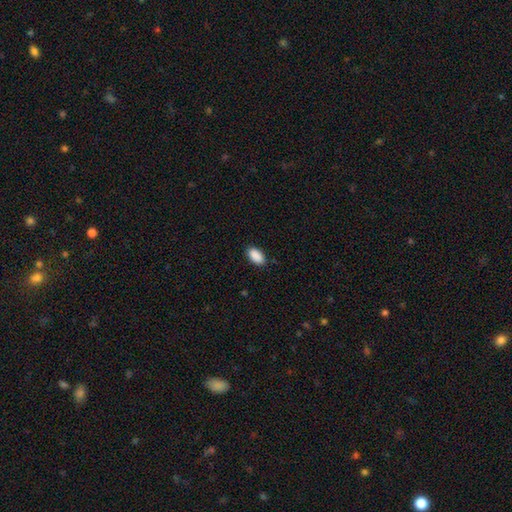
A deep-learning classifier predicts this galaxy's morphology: smooth 91%, star or artifact 7%, featured or disk 3%. Down the decision tree: how rounded — in between (94%); merging — none (87%).